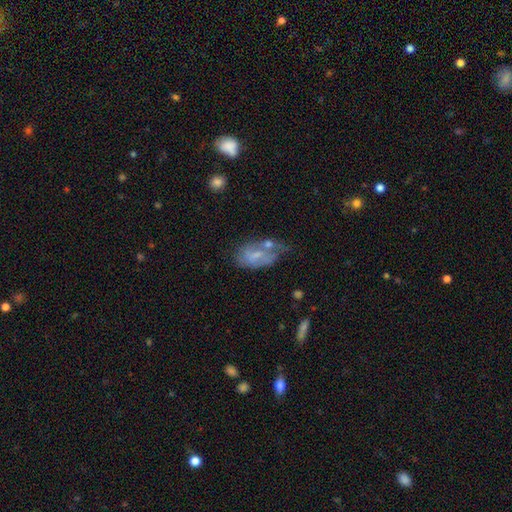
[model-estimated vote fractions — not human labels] Smooth or featured?
  - featured or disk: 49% *
  - smooth: 41%
  - star or artifact: 10%
Merging?
  - none: 31% *
  - minor disturbance: 29%
  - major disturbance: 22%
  - merger: 18%